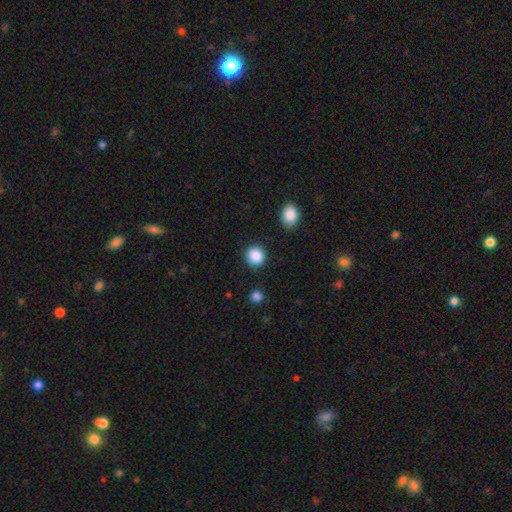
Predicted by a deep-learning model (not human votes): Q: Smooth or featured?
A: smooth (88%); runner-up: star or artifact (9%)
Q: How rounded?
A: round (89%); runner-up: in between (10%)
Q: Merging?
A: none (88%); runner-up: minor disturbance (7%)